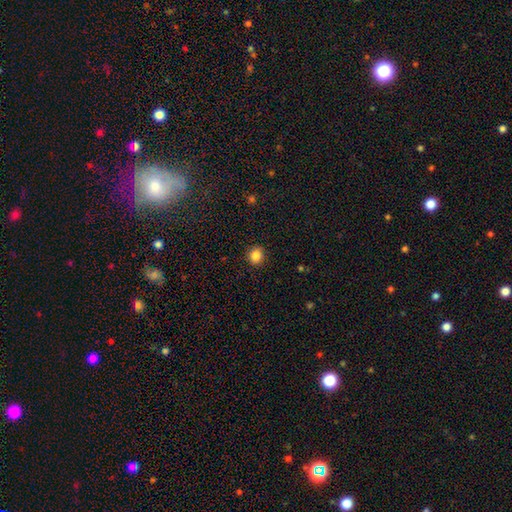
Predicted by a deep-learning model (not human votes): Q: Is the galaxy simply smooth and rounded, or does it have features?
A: smooth — 85%.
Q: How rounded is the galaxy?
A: round — 80%.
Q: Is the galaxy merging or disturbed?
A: none — 90%.